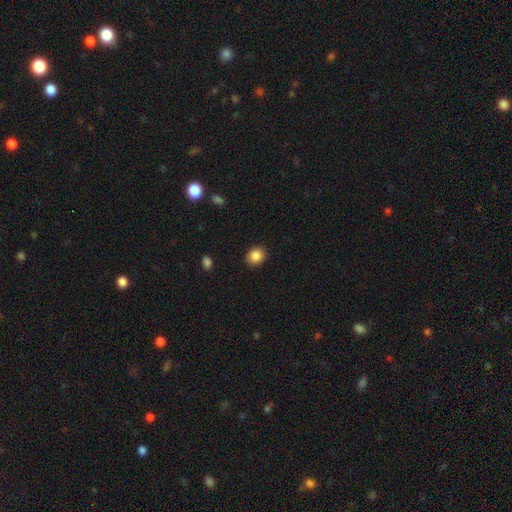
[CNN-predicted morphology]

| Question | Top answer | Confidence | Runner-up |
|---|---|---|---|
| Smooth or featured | smooth | 87% | star or artifact (9%) |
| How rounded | round | 58% | in between (41%) |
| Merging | none | 90% | minor disturbance (7%) |